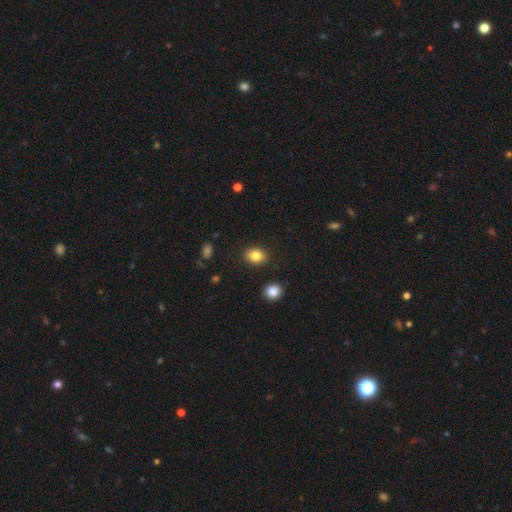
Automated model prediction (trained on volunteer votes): smooth-or-featured: smooth: 85% | star or artifact: 9% | featured or disk: 6%
  how-rounded: in between: 60% | round: 39% | cigar-shaped: 1%
  merging: none: 87% | minor disturbance: 8% | major disturbance: 2% | merger: 2%